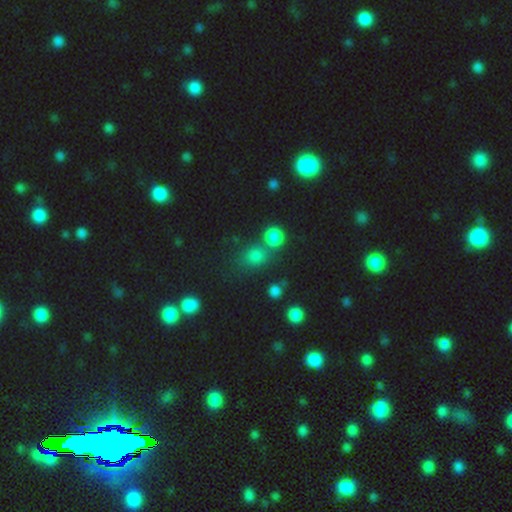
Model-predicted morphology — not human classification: Overall: smooth (75%). How rounded: round (71%). Merging: none (62%; merger 23%).